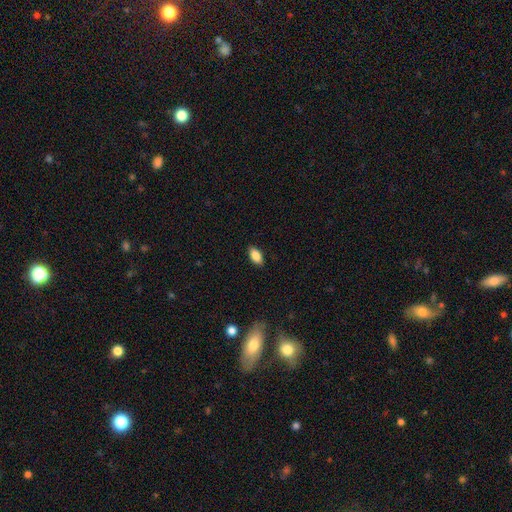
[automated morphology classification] This is clearly a smooth galaxy (86%). How rounded: clearly in between (91%). Merging: clearly none (88%).